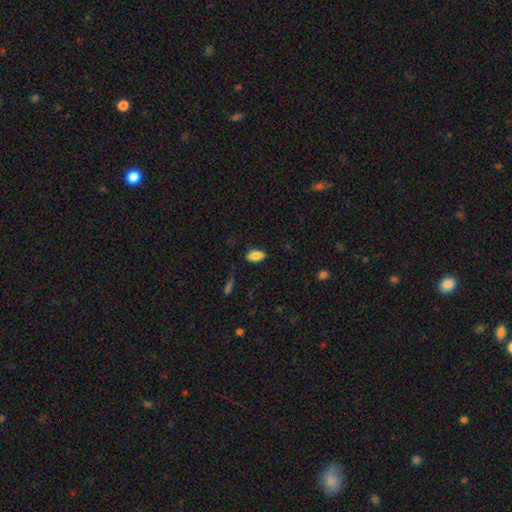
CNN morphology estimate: smooth_or_featured: smooth (p=0.86) [alt: star or artifact p=0.08]
how_rounded: in between (p=0.91) [alt: cigar-shaped p=0.06]
merging: none (p=0.84) [alt: minor disturbance p=0.12]